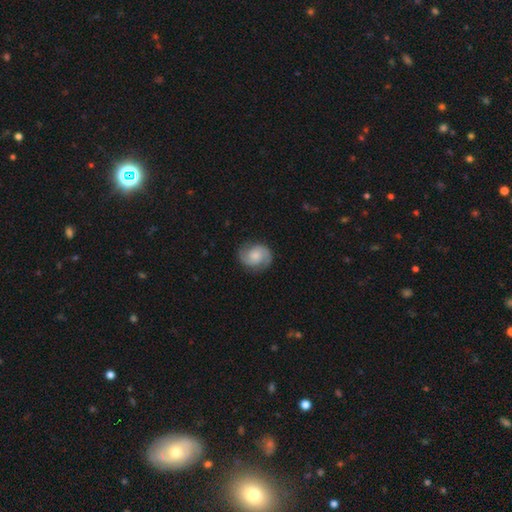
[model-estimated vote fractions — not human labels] Smooth or featured? featured or disk (74%)
Edge-on disk? no (98%)
Bar? no (69%)
Spiral arms? yes (96%)
Spiral winding? medium (49%)
Spiral arm count? 2 (91%)
Bulge size? small (42%)
Merging? none (82%)